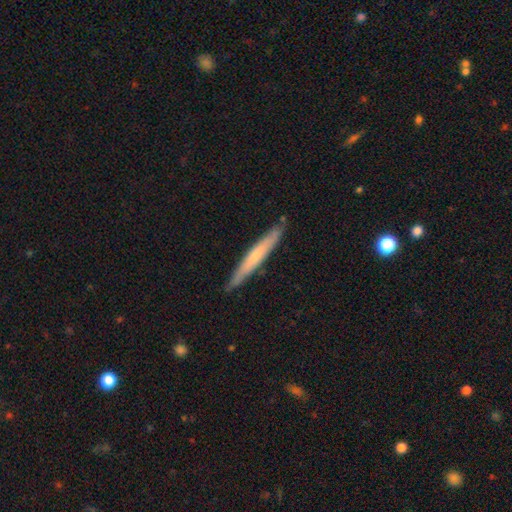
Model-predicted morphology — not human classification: type=smooth (51%); roundness=cigar-shaped (96%); merging=none (87%).